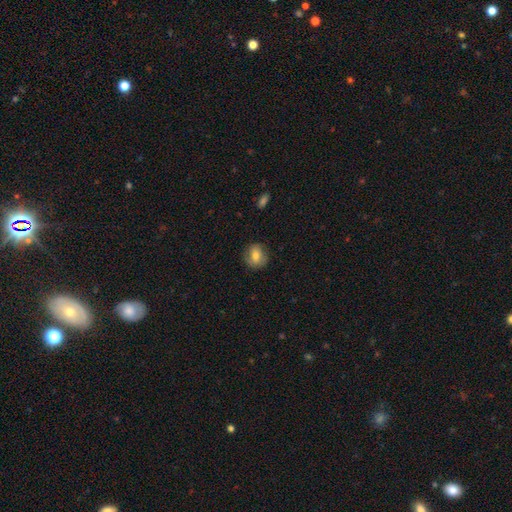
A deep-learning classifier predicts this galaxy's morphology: A smooth galaxy with no disk features (69%) that is round (75%). Merging: none (79%).